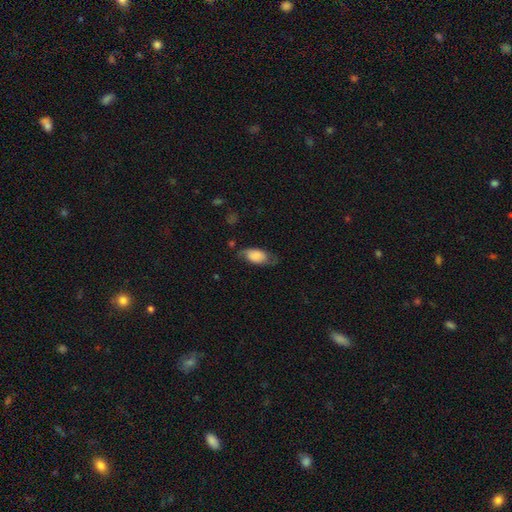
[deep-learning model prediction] Smooth or featured: smooth — 67% (featured or disk — 26%)
How rounded: in between — 89% (cigar-shaped — 6%)
Merging: none — 58% (minor disturbance — 28%)